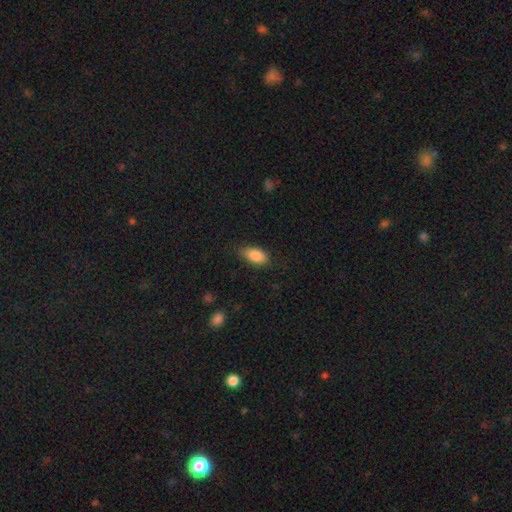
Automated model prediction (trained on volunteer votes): smooth 86%, featured or disk 7%, star or artifact 7%. Down the decision tree: how rounded — in between (90%); merging — none (79%).